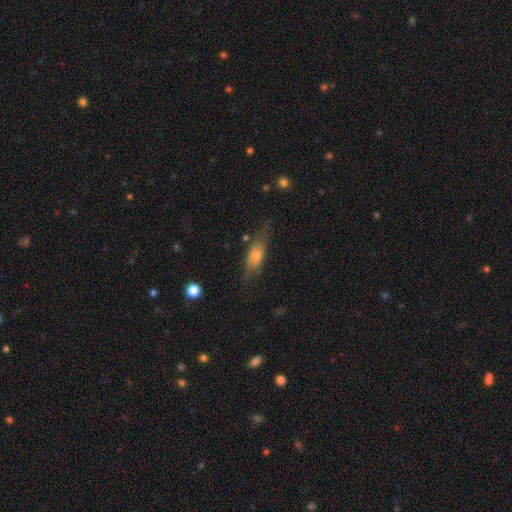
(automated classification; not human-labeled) Smooth or featured? Predicted: smooth (p=0.57). How rounded? Predicted: in between (p=0.54). Merging? Predicted: none (p=0.65).